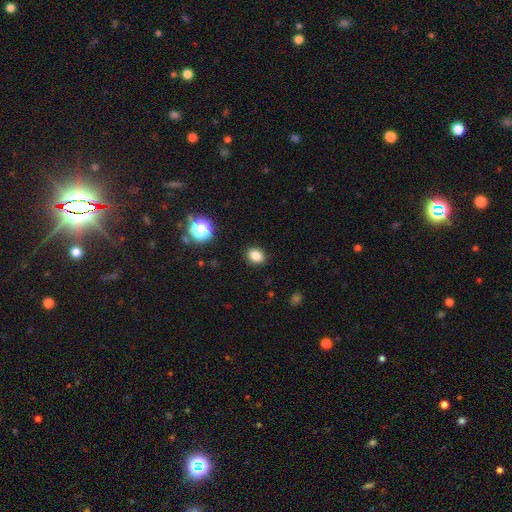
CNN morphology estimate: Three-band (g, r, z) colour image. It shows a smooth galaxy with no disk features (83%) that is round (57%). Merging: none (90%).